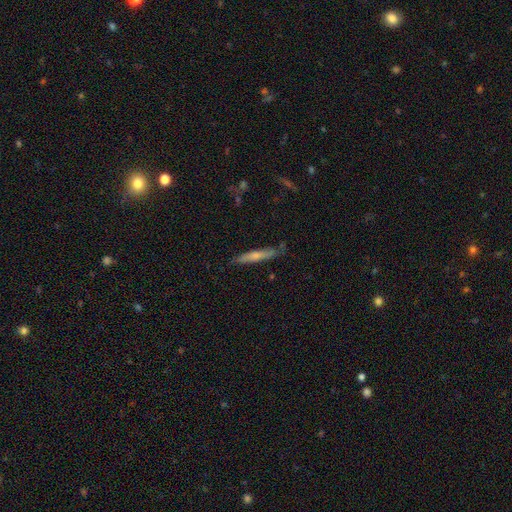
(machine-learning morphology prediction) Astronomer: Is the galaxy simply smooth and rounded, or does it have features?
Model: smooth — 58% (runner-up: featured or disk, 36%).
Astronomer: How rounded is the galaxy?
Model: cigar-shaped — 93%.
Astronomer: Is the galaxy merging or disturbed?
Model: none — 79%.